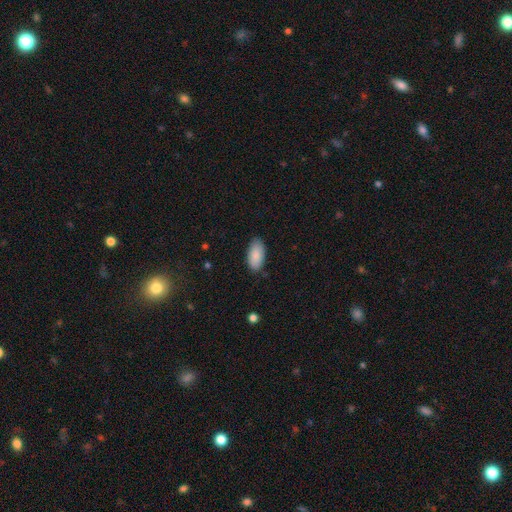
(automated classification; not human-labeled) Morphology: type=smooth (87%); roundness=in between (94%); merging=none (82%).